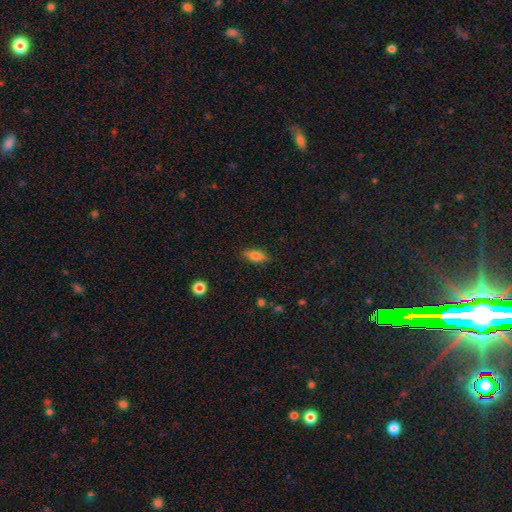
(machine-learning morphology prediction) Smooth or featured? smooth (78%)
How rounded? in between (78%)
Merging? none (85%)